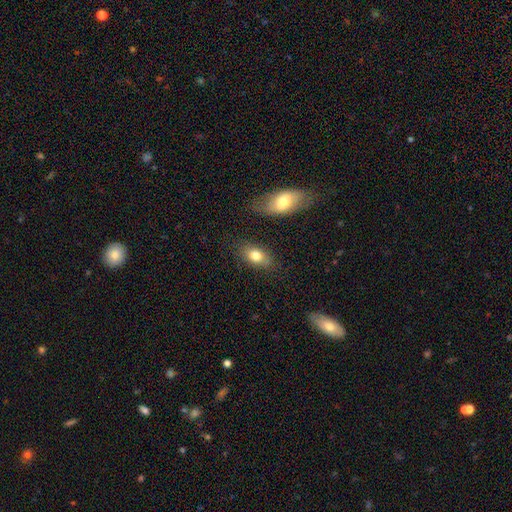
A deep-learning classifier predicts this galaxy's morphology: Smooth or featured?
  - smooth: 78% *
  - featured or disk: 14%
  - star or artifact: 8%
How rounded?
  - in between: 86% *
  - round: 9%
  - cigar-shaped: 4%
Merging?
  - none: 77% *
  - minor disturbance: 15%
  - merger: 5%
  - major disturbance: 4%